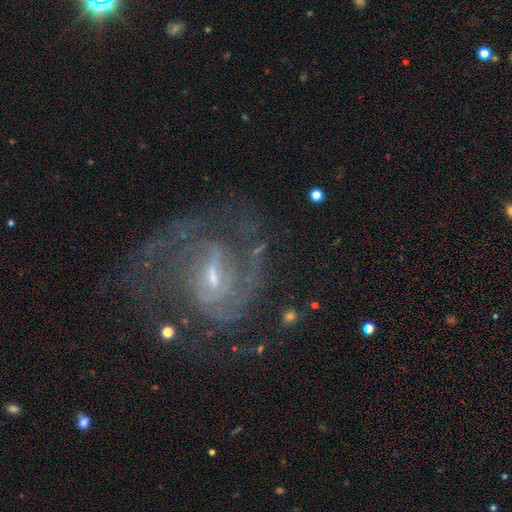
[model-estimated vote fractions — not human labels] featured or disk 86%, star or artifact 8%, smooth 6%. Down the decision tree: edge-on disk — no (97%); bar — weak (55%); spiral arms — yes (93%); spiral arm count — 2 (48%); spiral winding — medium (47%); bulge size — small (63%); merging — none (58%).